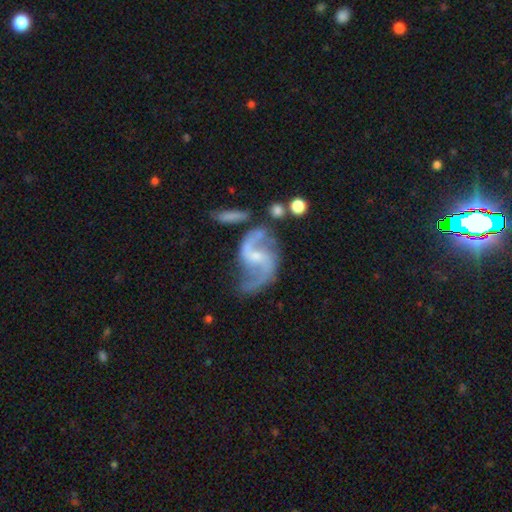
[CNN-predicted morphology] Overall: featured or disk (90%). Edge-on disk: no (97%). Bar: weak (47%; no 36%). Spiral arms: yes (97%). Spiral arm count: 2 (92%). Spiral winding: loose (59%; medium 35%). Bulge size: small (64%; moderate 27%). Merging: none (58%; minor disturbance 20%).